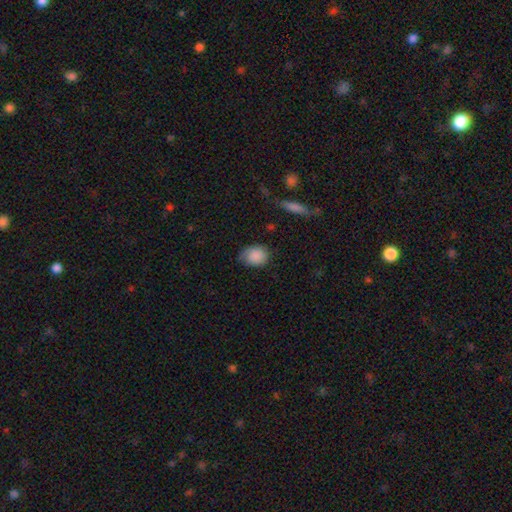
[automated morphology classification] smooth 88%, star or artifact 7%, featured or disk 5%. Down the decision tree: how rounded — in between (58%); merging — none (67%).